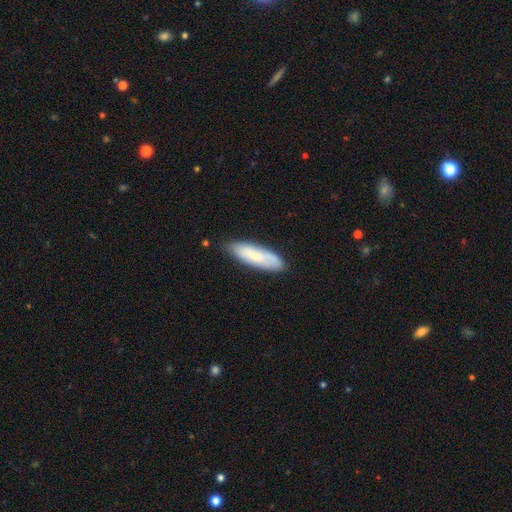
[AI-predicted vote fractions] This is likely a smooth galaxy (68%). How rounded: possibly in between (50%). Merging: likely none (74%).